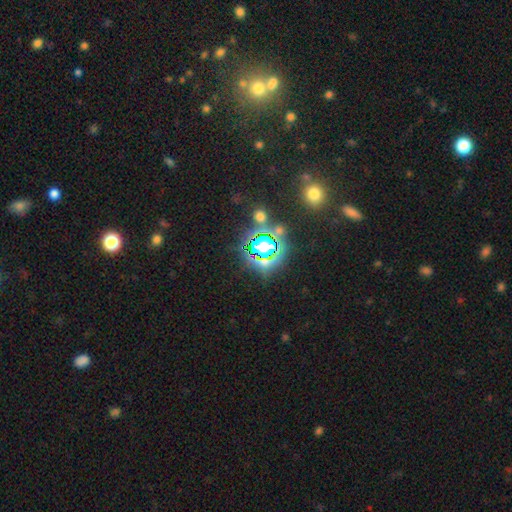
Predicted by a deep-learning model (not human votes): smooth_or_featured: star or artifact (p=0.79) [alt: smooth p=0.13]